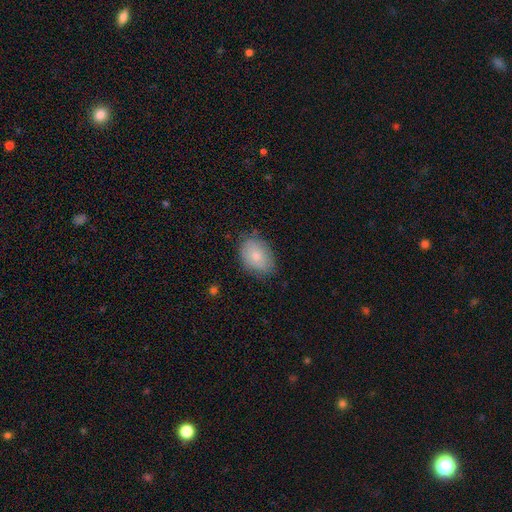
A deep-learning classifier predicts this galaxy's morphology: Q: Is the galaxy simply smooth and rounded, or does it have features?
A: smooth — 76%.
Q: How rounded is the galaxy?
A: in between — 82%.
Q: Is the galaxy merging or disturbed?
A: none — 75%.